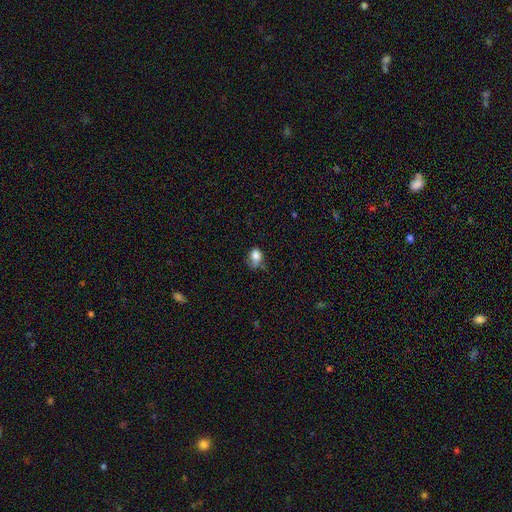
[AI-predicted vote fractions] Morphology: type=smooth (78%); roundness=in between (57%); merging=minor disturbance (37%).